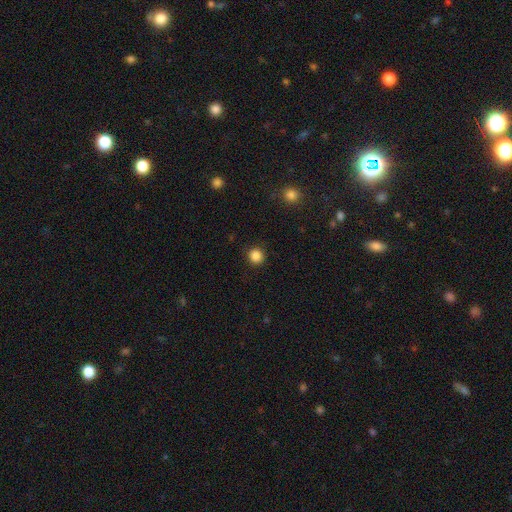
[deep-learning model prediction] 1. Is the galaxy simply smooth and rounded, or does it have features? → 86% smooth, 11% star or artifact, 3% featured or disk.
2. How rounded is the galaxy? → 94% round, 6% in between, 1% cigar-shaped.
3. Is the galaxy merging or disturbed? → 91% none, 5% minor disturbance, 2% major disturbance, 1% merger.